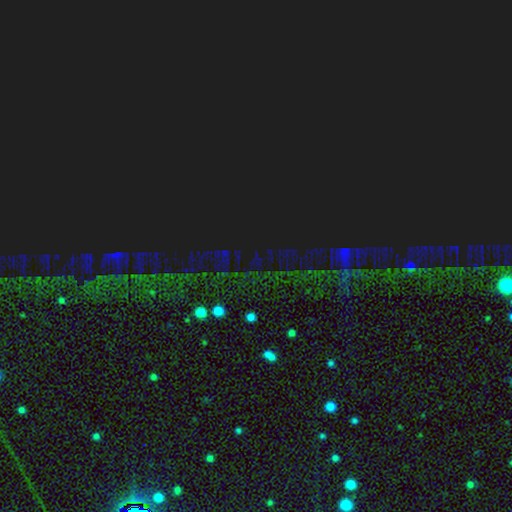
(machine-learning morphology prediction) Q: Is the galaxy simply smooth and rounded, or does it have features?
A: star or artifact — 81%.